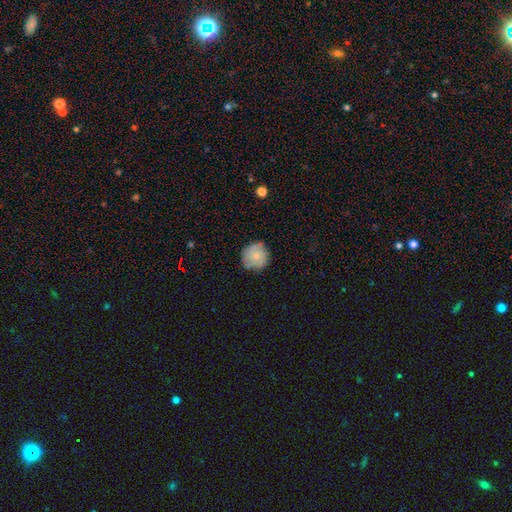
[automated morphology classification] Smooth or featured? Predicted: smooth (p=0.67). How rounded? Predicted: round (p=0.91). Merging? Predicted: none (p=0.73).